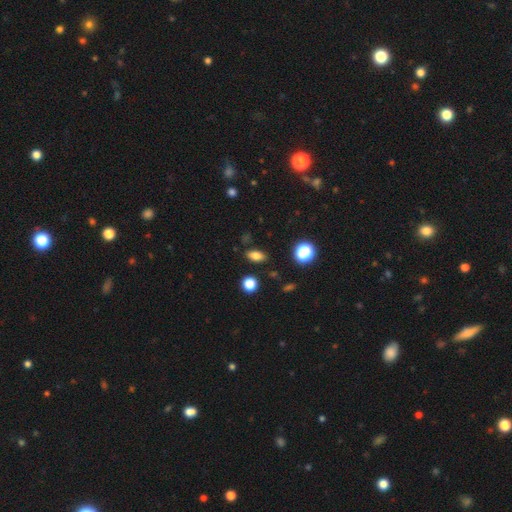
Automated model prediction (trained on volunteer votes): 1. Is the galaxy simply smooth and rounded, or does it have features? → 79% smooth, 13% star or artifact, 8% featured or disk.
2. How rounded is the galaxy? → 80% in between, 13% round, 7% cigar-shaped.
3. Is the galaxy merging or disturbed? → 86% none, 9% minor disturbance, 3% major disturbance, 2% merger.